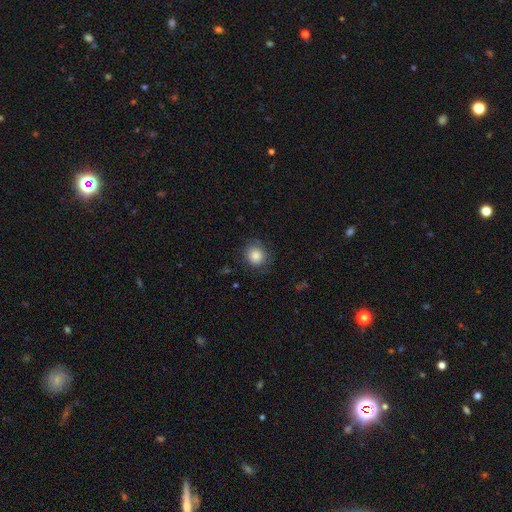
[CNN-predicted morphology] Q: Smooth or featured?
A: smooth (86%); runner-up: star or artifact (9%)
Q: How rounded?
A: round (85%); runner-up: in between (14%)
Q: Merging?
A: none (79%); runner-up: minor disturbance (16%)